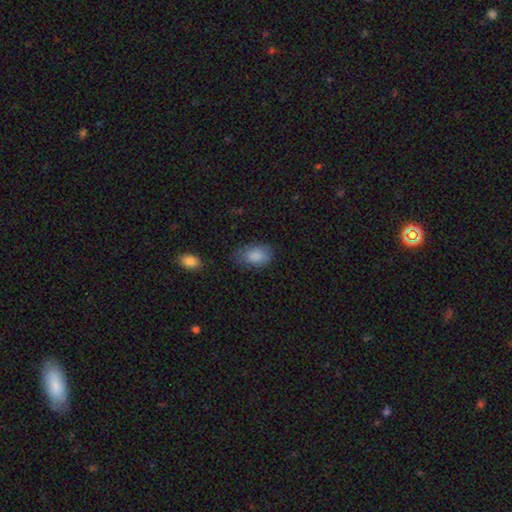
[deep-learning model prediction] This is clearly a smooth galaxy (87%). How rounded: clearly in between (88%). Merging: likely none (66%).